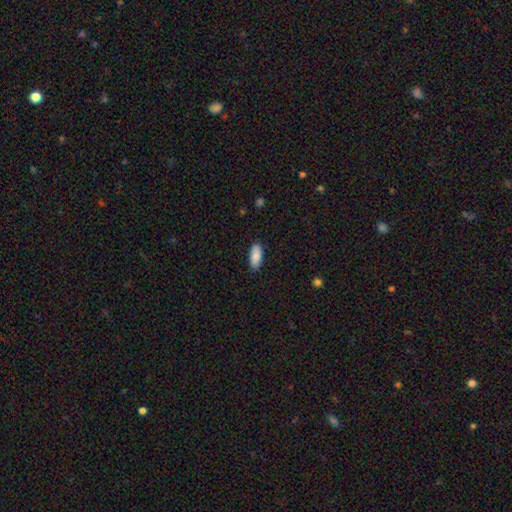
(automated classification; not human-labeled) smooth-or-featured: smooth: 88% | star or artifact: 6% | featured or disk: 6%
  how-rounded: in between: 88% | cigar-shaped: 10% | round: 2%
  merging: none: 87% | minor disturbance: 10% | major disturbance: 2% | merger: 1%